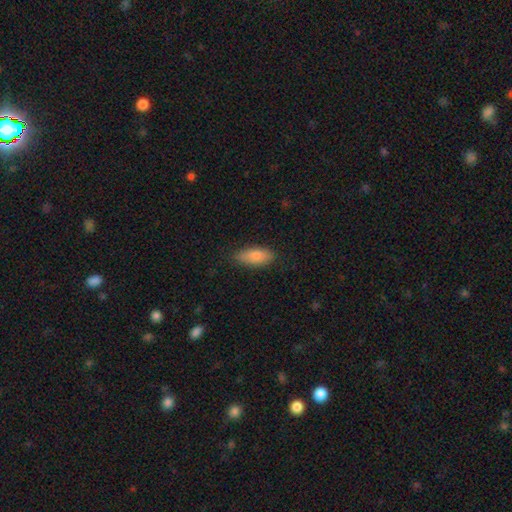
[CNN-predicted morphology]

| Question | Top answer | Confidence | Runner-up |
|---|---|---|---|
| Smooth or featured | smooth | 84% | featured or disk (9%) |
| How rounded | in between | 82% | cigar-shaped (15%) |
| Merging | none | 83% | minor disturbance (14%) |